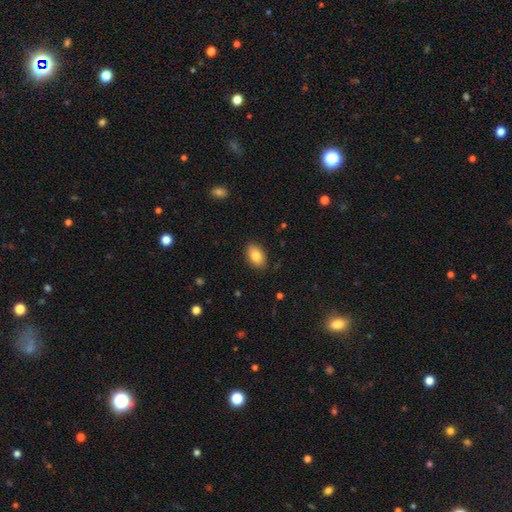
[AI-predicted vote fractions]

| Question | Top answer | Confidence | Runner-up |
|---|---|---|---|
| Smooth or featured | smooth | 84% | featured or disk (8%) |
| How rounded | in between | 88% | round (10%) |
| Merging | none | 86% | minor disturbance (10%) |